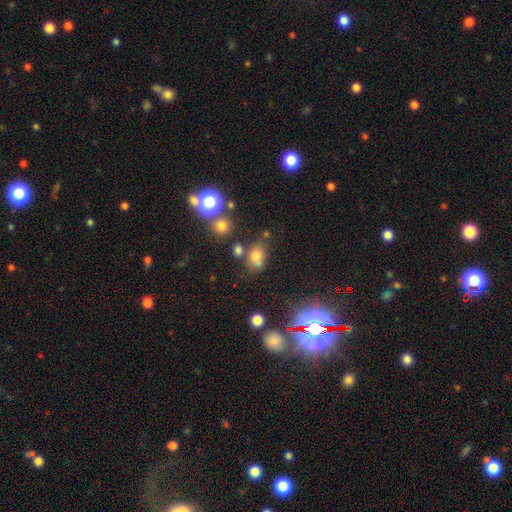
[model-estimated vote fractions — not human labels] Morphology: type=smooth (67%); roundness=in between (66%); merging=none (57%).